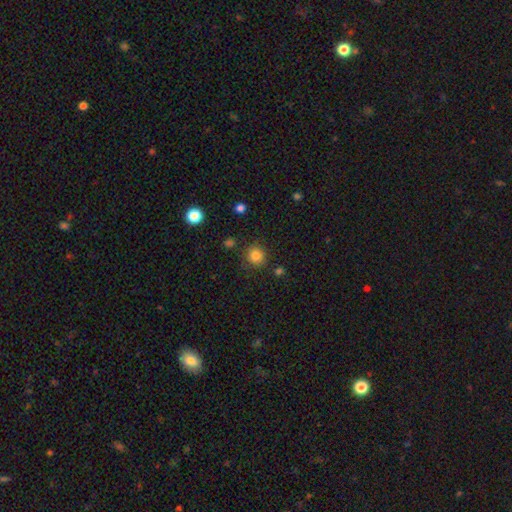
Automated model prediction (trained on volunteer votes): Smooth or featured? Predicted: smooth (p=0.82). How rounded? Predicted: round (p=0.88). Merging? Predicted: none (p=0.84).